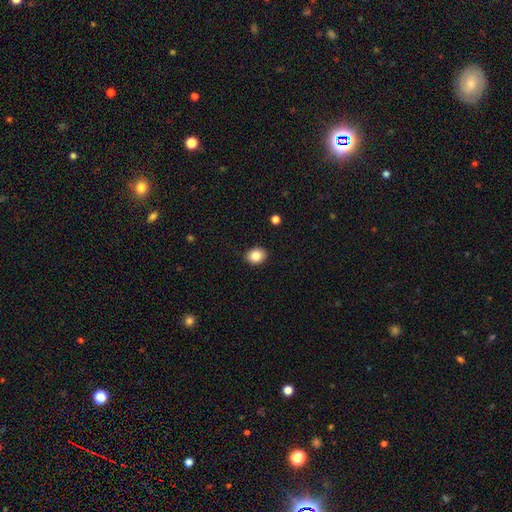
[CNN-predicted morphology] type=smooth (84%); roundness=round (57%); merging=none (88%).